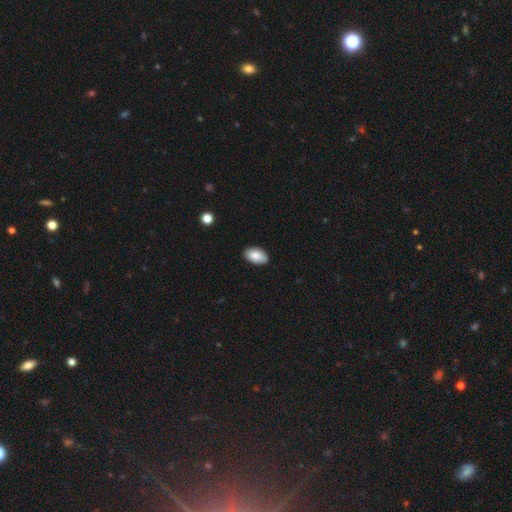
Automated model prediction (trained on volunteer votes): Smooth or featured: smooth — 86% (featured or disk — 7%)
How rounded: in between — 94% (round — 5%)
Merging: none — 87% (minor disturbance — 11%)